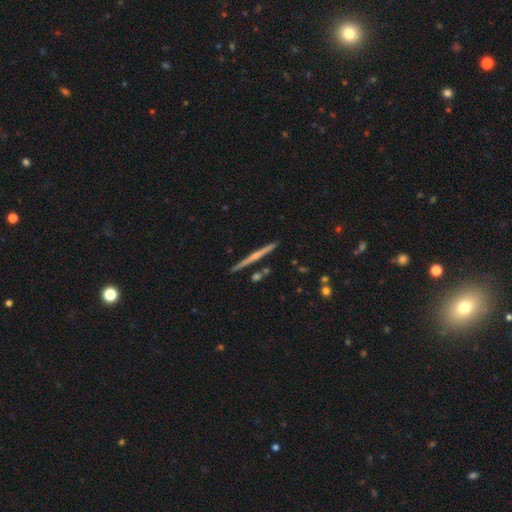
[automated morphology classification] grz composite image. It shows a featured or disk galaxy (69%) viewed edge-on (98%) with a rounded central bulge (54%). Merging: none (90%).